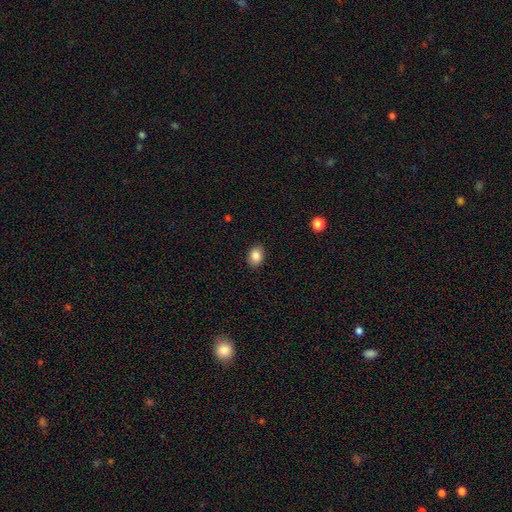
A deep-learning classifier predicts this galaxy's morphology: Smooth or featured?
  - smooth: 86% *
  - star or artifact: 9%
  - featured or disk: 5%
How rounded?
  - in between: 69% *
  - round: 30%
  - cigar-shaped: 1%
Merging?
  - none: 89% *
  - minor disturbance: 8%
  - major disturbance: 2%
  - merger: 1%